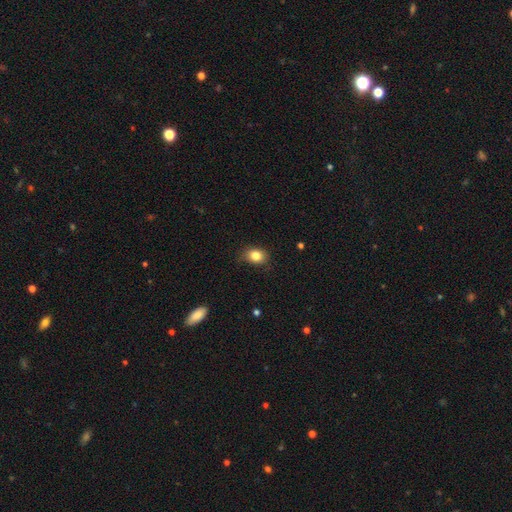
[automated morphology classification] A smooth galaxy with no disk features (83%) that is in between round and cigar-shaped (57%).

Vote fractions:
- Smooth or featured? smooth: 83% / star or artifact: 10% / featured or disk: 7%
- How rounded? in between: 57% / round: 42% / cigar-shaped: 1%
- Merging? none: 74% / minor disturbance: 21% / major disturbance: 4% / merger: 1%